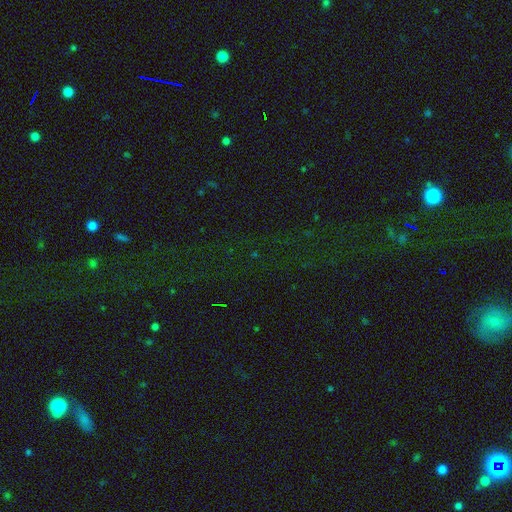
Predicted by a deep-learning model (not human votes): Overall: star or artifact (75%).